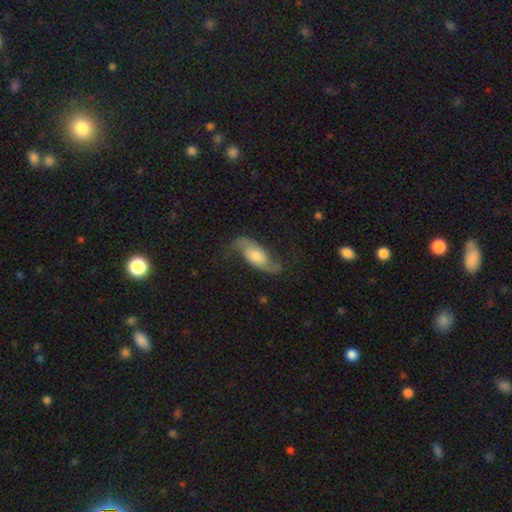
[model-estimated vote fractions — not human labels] featured or disk 76%, smooth 18%, star or artifact 6%. Down the decision tree: edge-on disk — no (91%); bar — no (62%); spiral arms — yes (94%); spiral arm count — 2 (92%); spiral winding — loose (61%); bulge size — moderate (48%); merging — none (71%).